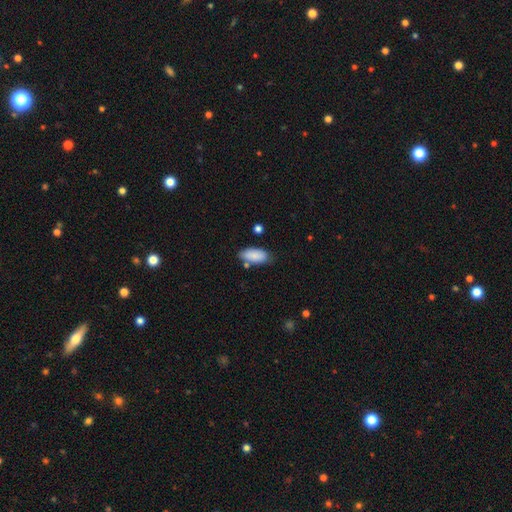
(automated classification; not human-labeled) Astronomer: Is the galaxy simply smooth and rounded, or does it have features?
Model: smooth — 86%.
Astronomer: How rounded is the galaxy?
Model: in between — 88%.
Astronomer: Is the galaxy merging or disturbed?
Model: none — 70%.